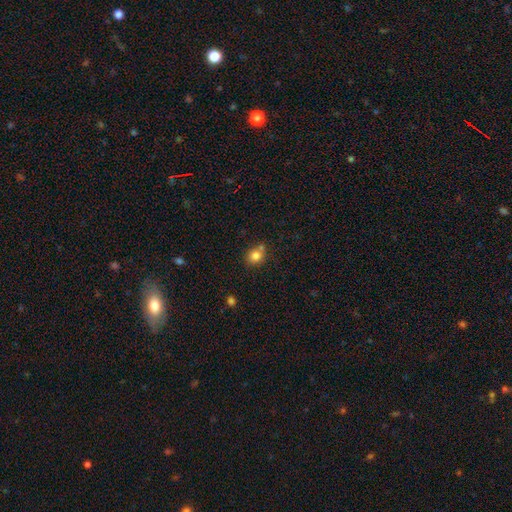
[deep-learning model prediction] Smooth or featured? Predicted: smooth (p=0.82). How rounded? Predicted: round (p=0.76). Merging? Predicted: none (p=0.63).